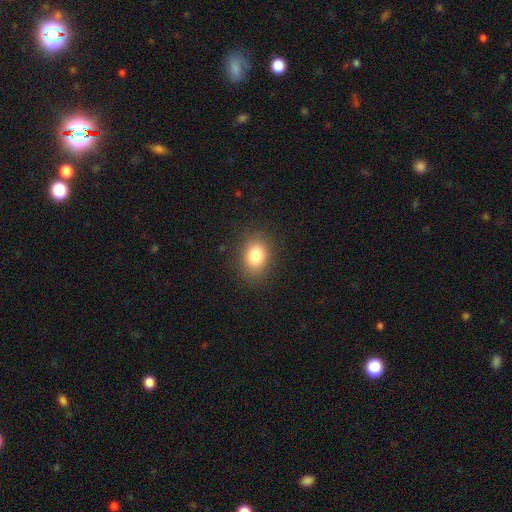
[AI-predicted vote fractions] Smooth or featured?
  - smooth: 82% *
  - star or artifact: 10%
  - featured or disk: 8%
How rounded?
  - in between: 67% *
  - round: 32%
  - cigar-shaped: 1%
Merging?
  - none: 87% *
  - minor disturbance: 9%
  - major disturbance: 3%
  - merger: 1%